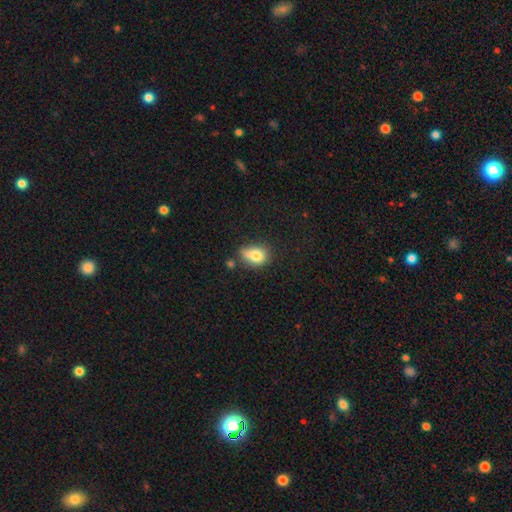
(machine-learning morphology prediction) Smooth or featured?
  - smooth: 78% *
  - featured or disk: 12%
  - star or artifact: 10%
How rounded?
  - in between: 57% *
  - round: 41%
  - cigar-shaped: 2%
Merging?
  - none: 47% *
  - minor disturbance: 29%
  - merger: 16%
  - major disturbance: 9%